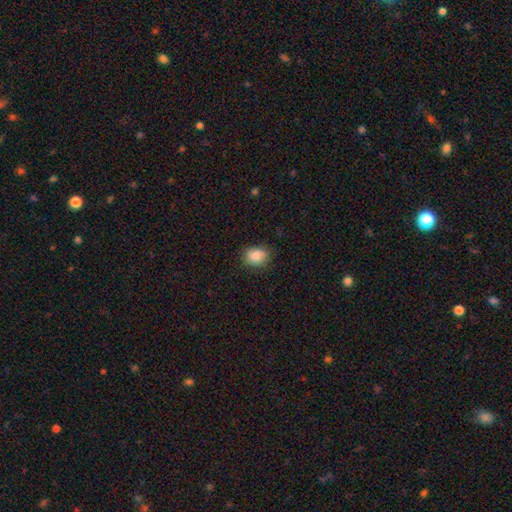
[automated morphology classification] This is clearly a smooth galaxy (85%). How rounded: possibly round (53%). Merging: clearly none (81%).